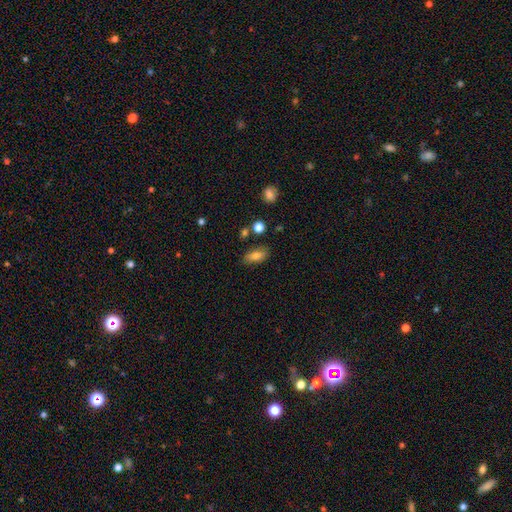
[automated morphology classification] A smooth galaxy with no disk features (79%) that is in between round and cigar-shaped (83%). Merging: none (80%).